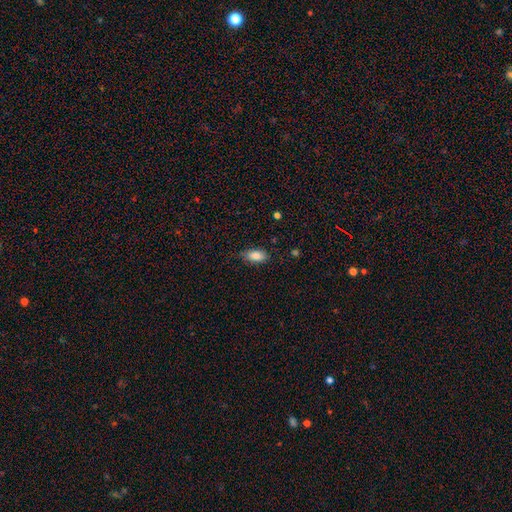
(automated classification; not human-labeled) A smooth galaxy with no disk features (85%) that is in between round and cigar-shaped (90%). Merging: none (76%).